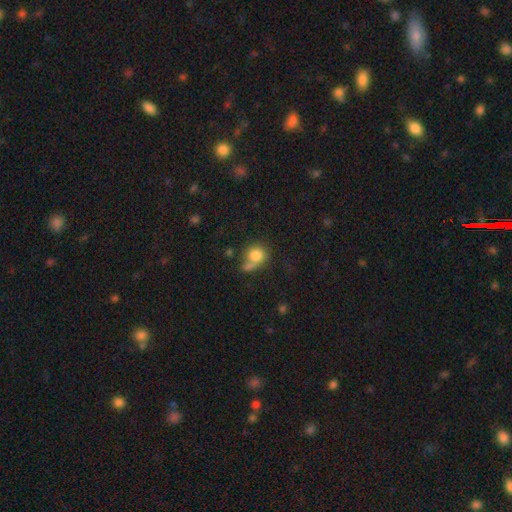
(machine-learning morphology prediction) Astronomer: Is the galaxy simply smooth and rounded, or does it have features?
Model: smooth — 80%.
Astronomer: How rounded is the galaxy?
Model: round — 79%.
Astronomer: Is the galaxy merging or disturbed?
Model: none — 44% (runner-up: merger, 28%).